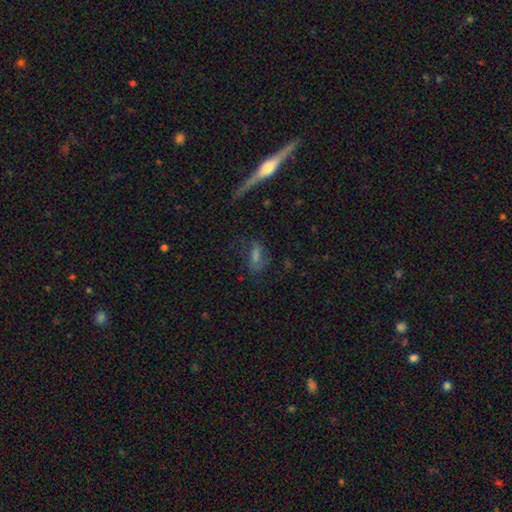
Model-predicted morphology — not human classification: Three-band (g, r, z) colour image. It shows a featured or disk galaxy (43%). Merging: none (54%).